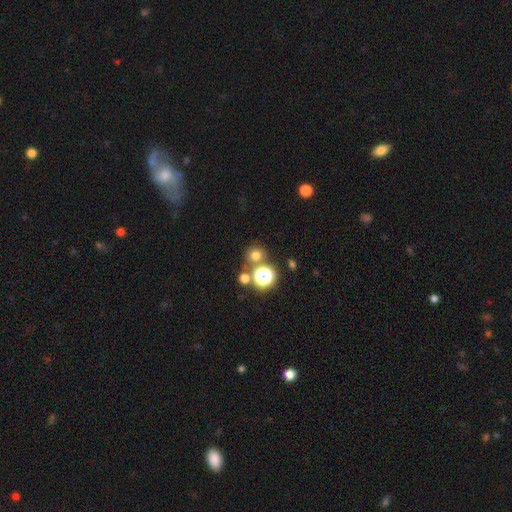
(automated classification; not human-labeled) Smooth or featured: smooth — 67% (star or artifact — 26%)
How rounded: round — 87% (in between — 12%)
Merging: none — 72% (merger — 16%)